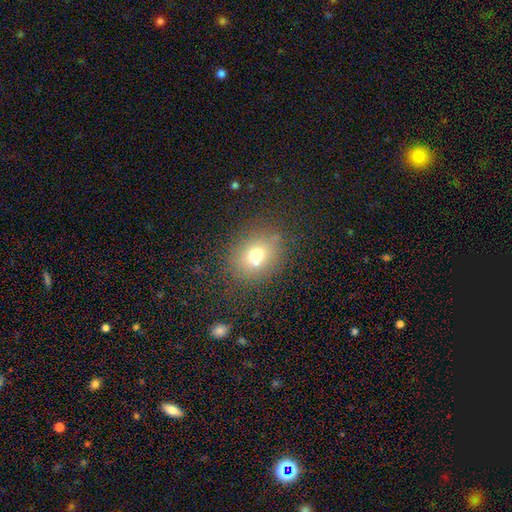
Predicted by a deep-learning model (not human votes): Q: Smooth or featured?
A: smooth (69%); runner-up: star or artifact (16%)
Q: How rounded?
A: round (59%); runner-up: in between (40%)
Q: Merging?
A: none (71%); runner-up: minor disturbance (14%)